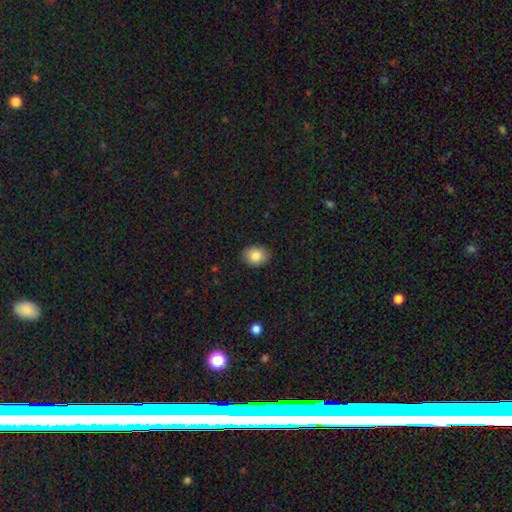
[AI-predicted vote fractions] Q: Smooth or featured?
A: smooth (84%); runner-up: star or artifact (8%)
Q: How rounded?
A: in between (50%); runner-up: round (49%)
Q: Merging?
A: none (88%); runner-up: minor disturbance (9%)